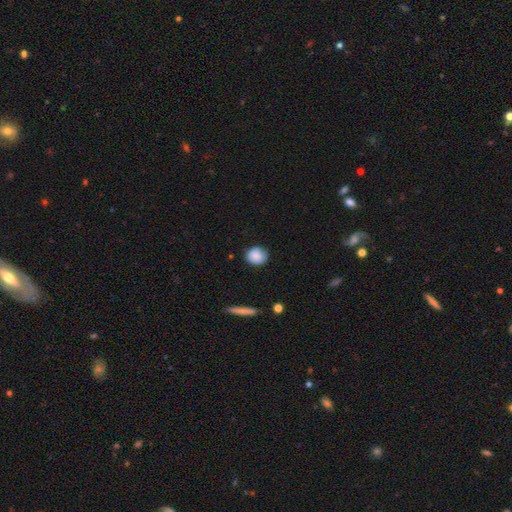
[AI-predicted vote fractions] Overall: smooth (84%). How rounded: round (80%). Merging: none (79%).